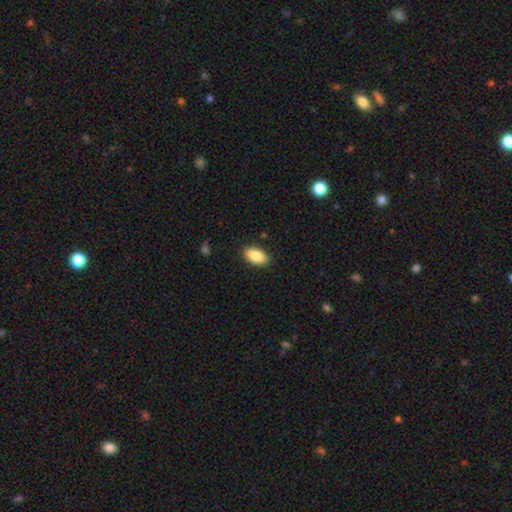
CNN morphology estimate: Q: Smooth or featured?
A: smooth (87%); runner-up: star or artifact (7%)
Q: How rounded?
A: in between (93%); runner-up: round (4%)
Q: Merging?
A: none (87%); runner-up: minor disturbance (10%)